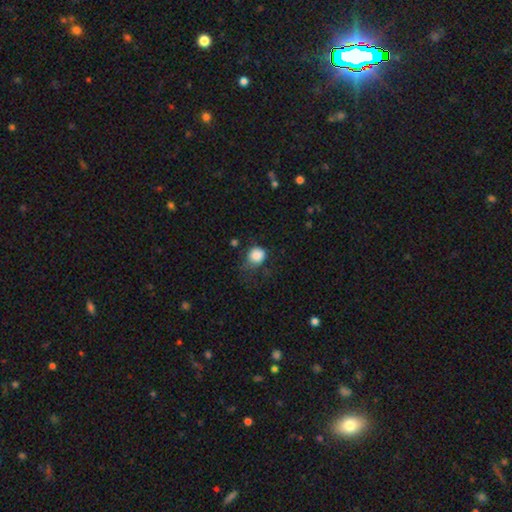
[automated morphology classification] smooth_or_featured: smooth (p=0.84) [alt: star or artifact p=0.10]
how_rounded: round (p=0.76) [alt: in between p=0.23]
merging: none (p=0.46) [alt: minor disturbance p=0.33]